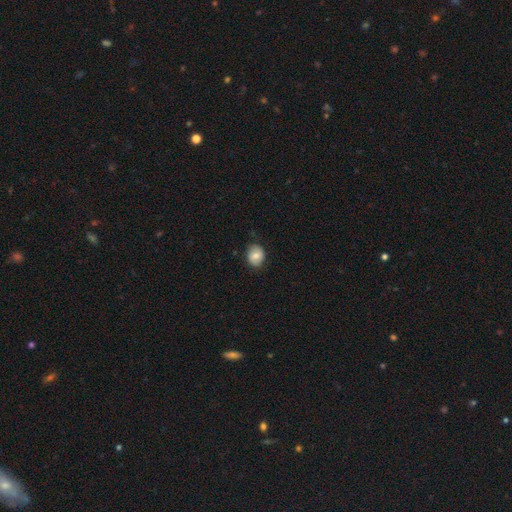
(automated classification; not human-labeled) smooth_or_featured: smooth (p=0.75) [alt: featured or disk p=0.17]
how_rounded: round (p=0.51) [alt: in between p=0.48]
merging: none (p=0.81) [alt: minor disturbance p=0.15]